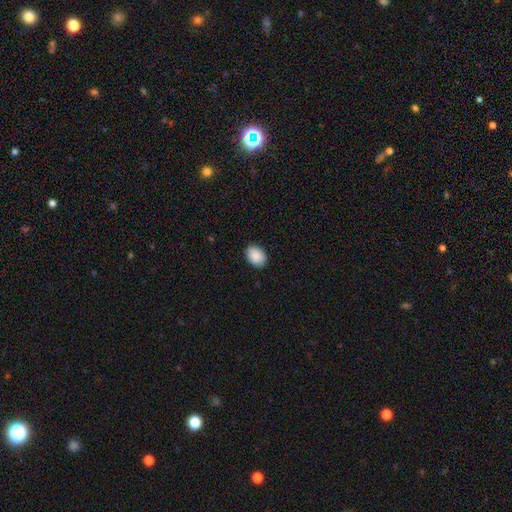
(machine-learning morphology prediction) Q: Smooth or featured?
A: smooth (90%); runner-up: star or artifact (7%)
Q: How rounded?
A: in between (81%); runner-up: round (18%)
Q: Merging?
A: none (90%); runner-up: minor disturbance (8%)